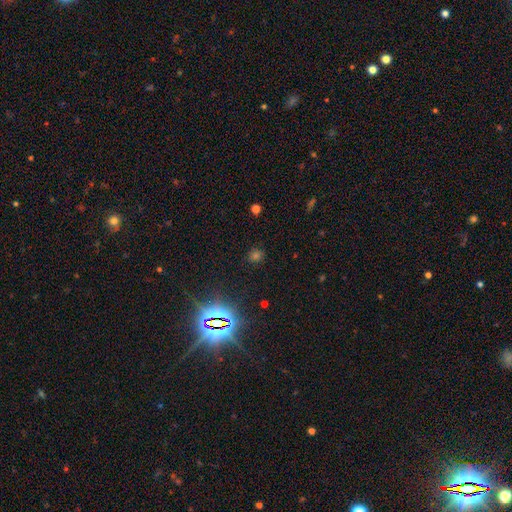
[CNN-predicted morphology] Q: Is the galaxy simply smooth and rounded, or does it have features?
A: star or artifact — 63%.